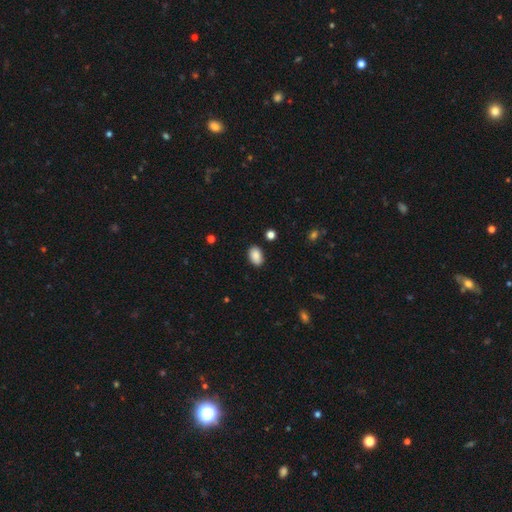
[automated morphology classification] Overall: smooth (88%). How rounded: in between (89%). Merging: none (85%).